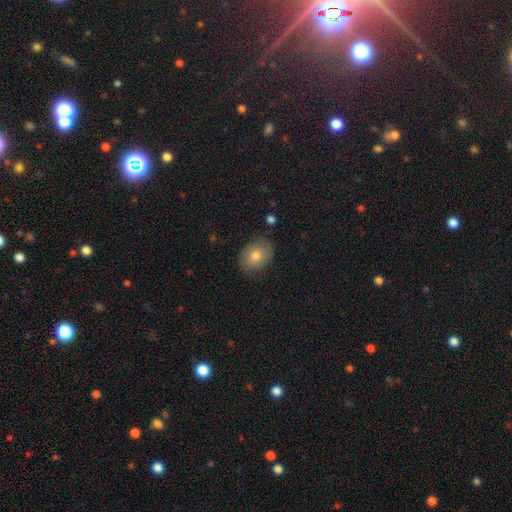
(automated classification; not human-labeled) Smooth or featured?
  - smooth: 69% *
  - featured or disk: 22%
  - star or artifact: 9%
How rounded?
  - in between: 64% *
  - round: 35%
  - cigar-shaped: 1%
Merging?
  - none: 80% *
  - minor disturbance: 15%
  - major disturbance: 4%
  - merger: 1%